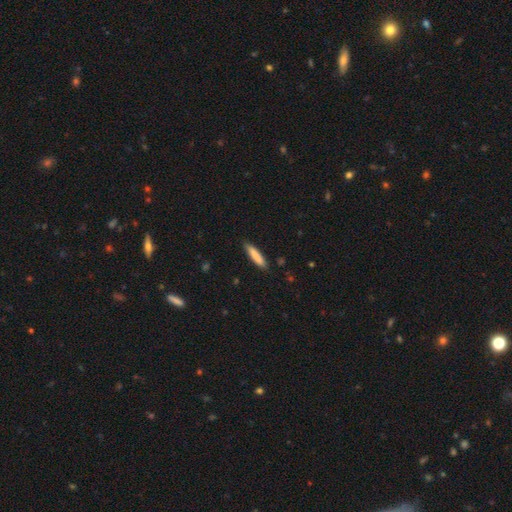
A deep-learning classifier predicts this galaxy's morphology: Overall: smooth (84%). How rounded: cigar-shaped (84%). Merging: none (87%).